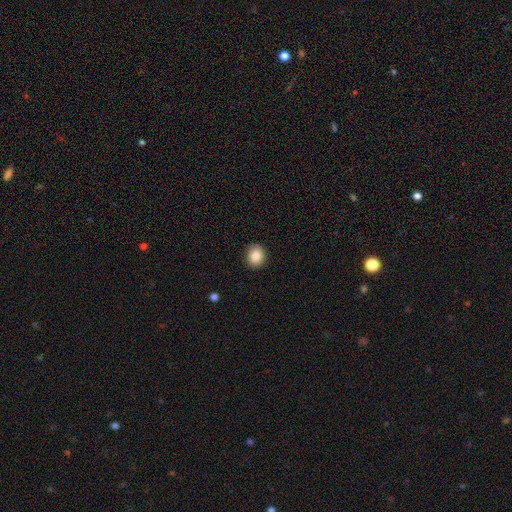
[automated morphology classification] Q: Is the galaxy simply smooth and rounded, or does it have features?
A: smooth — 86%.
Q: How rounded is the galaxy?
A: round — 71%.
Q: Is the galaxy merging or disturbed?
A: none — 91%.